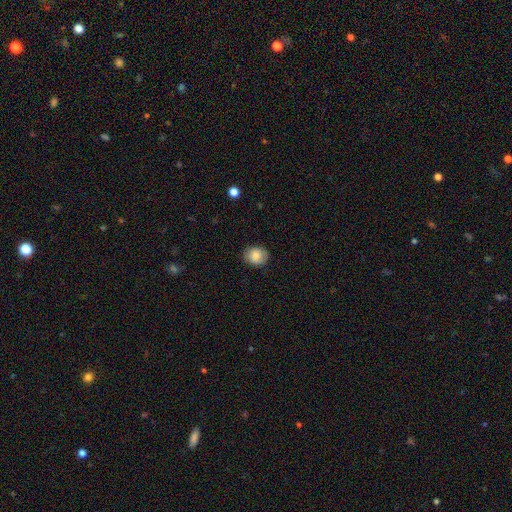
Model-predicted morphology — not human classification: Smooth or featured?
  - smooth: 81% *
  - featured or disk: 11%
  - star or artifact: 8%
How rounded?
  - round: 59% *
  - in between: 40%
  - cigar-shaped: 1%
Merging?
  - none: 85% *
  - minor disturbance: 11%
  - major disturbance: 3%
  - merger: 1%